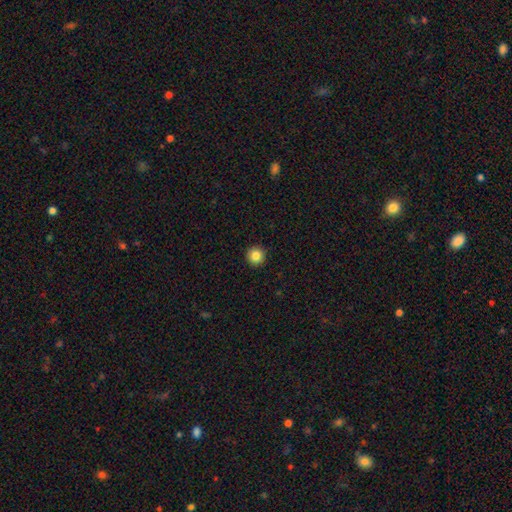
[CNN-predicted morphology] type=smooth (85%); roundness=round (96%); merging=none (93%).